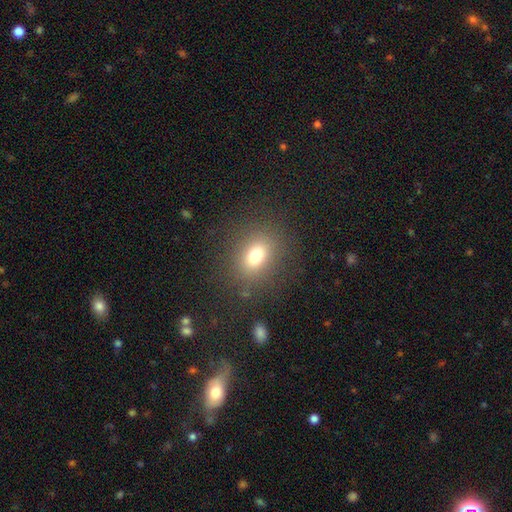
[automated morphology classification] Q: Smooth or featured?
A: smooth (75%); runner-up: star or artifact (14%)
Q: How rounded?
A: in between (56%); runner-up: round (43%)
Q: Merging?
A: none (83%); runner-up: minor disturbance (10%)